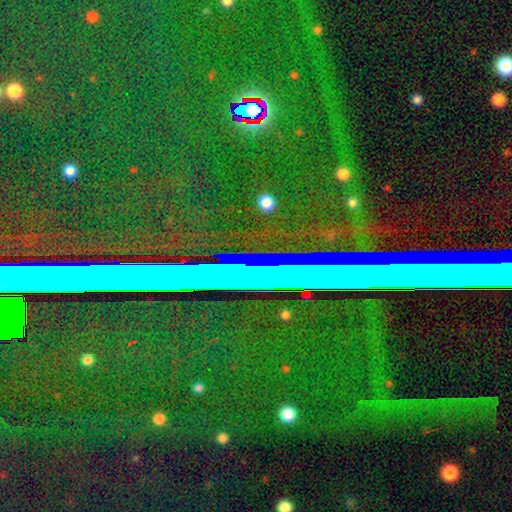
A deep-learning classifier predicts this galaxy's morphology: A star or artifact, not a galaxy (81%).